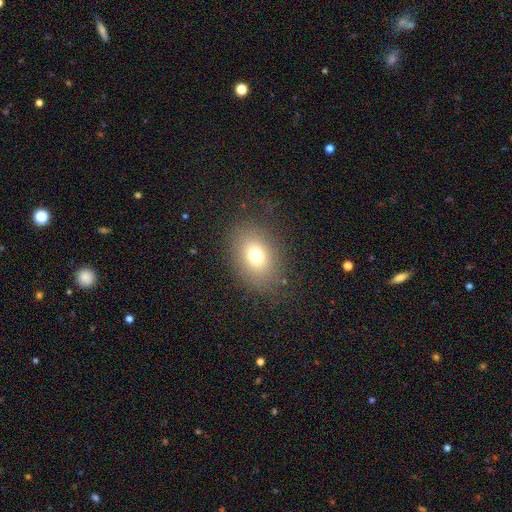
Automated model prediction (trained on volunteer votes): Smooth or featured? Predicted: smooth (p=0.71). How rounded? Predicted: in between (p=0.69). Merging? Predicted: none (p=0.80).